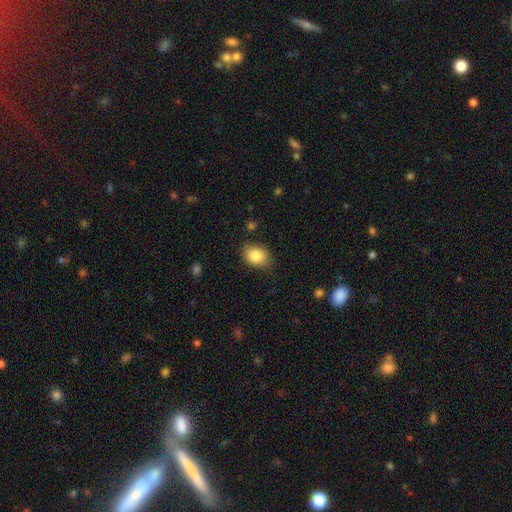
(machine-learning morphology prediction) This appears to be a smooth galaxy with no disk features (85%) that is in between round and cigar-shaped (60%). Merging: none (79%).